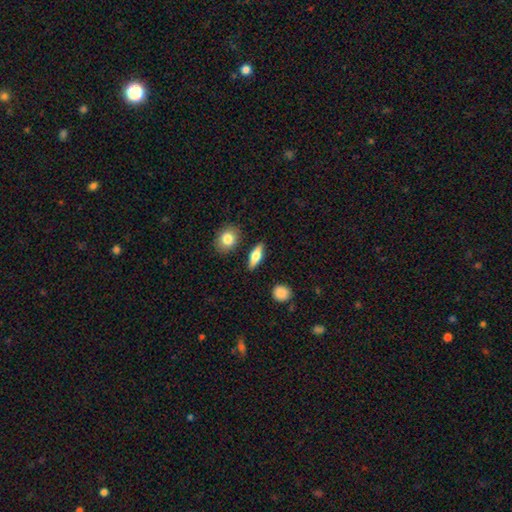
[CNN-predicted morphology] This appears to be a smooth galaxy with no disk features (56%) that is in between round and cigar-shaped (58%). Merging: none (86%).